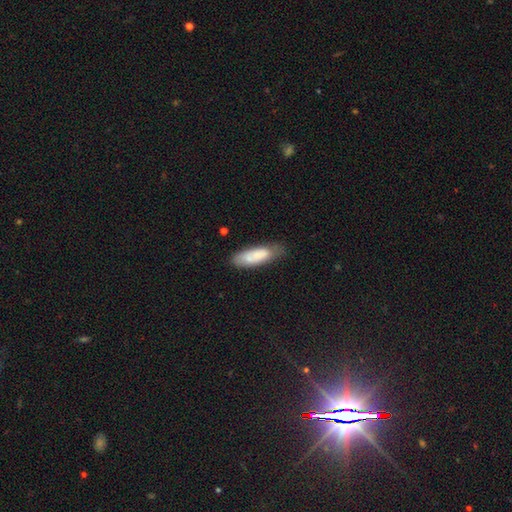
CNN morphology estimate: type=smooth (73%); roundness=in between (57%); merging=none (61%).